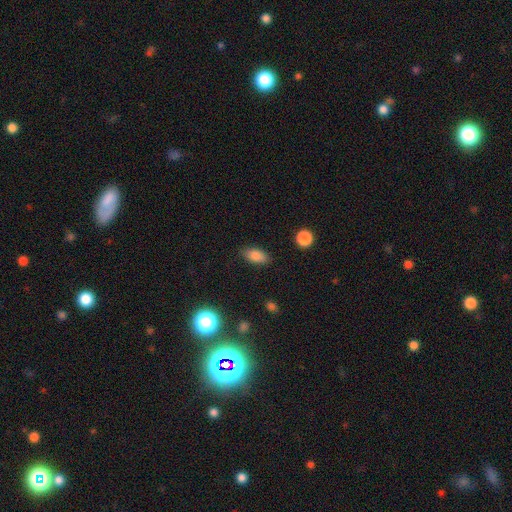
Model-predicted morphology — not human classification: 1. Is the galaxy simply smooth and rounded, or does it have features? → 85% smooth, 9% star or artifact, 6% featured or disk.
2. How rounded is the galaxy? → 89% in between, 5% round, 5% cigar-shaped.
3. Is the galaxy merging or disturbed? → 84% none, 11% minor disturbance, 3% major disturbance, 1% merger.